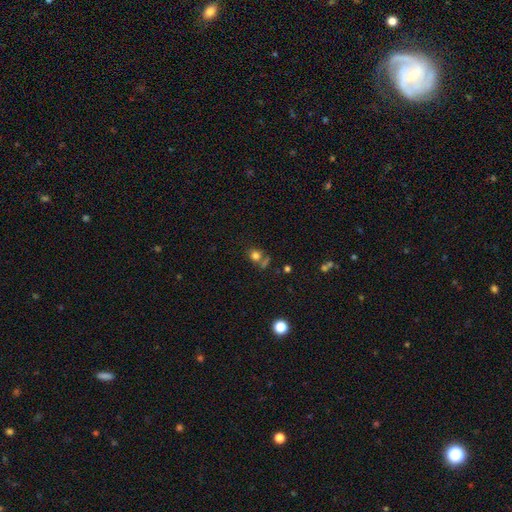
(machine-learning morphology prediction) This appears to be a smooth galaxy with no disk features (75%) that is round (76%). Merging: none (54%).